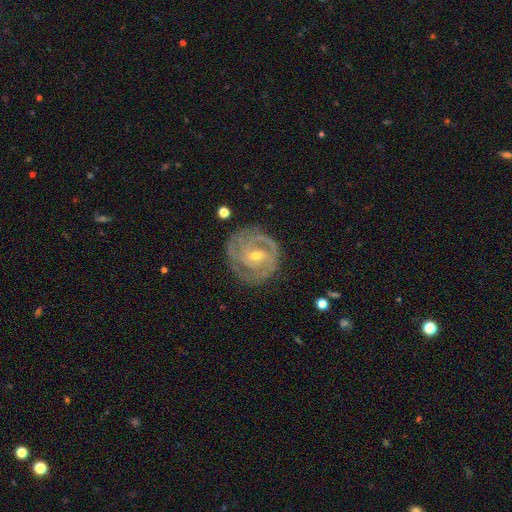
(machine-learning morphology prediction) Smooth or featured?
  - featured or disk: 88% *
  - smooth: 6%
  - star or artifact: 5%
Edge-on disk?
  - no: 97% *
  - yes: 3%
Bar?
  - no: 50% *
  - weak: 35%
  - strong: 15%
Spiral arms?
  - yes: 97% *
  - no: 3%
Spiral winding?
  - tight: 71% *
  - medium: 25%
  - loose: 4%
Spiral arm count?
  - 2: 34% *
  - 3: 31%
  - can't tell: 17%
  - 4: 8%
  - 1: 5%
  - more than 4: 5%
Bulge size?
  - small: 63% *
  - moderate: 35%
  - large: 1%
  - none: 1%
  - dominant: 1%
Merging?
  - none: 77% *
  - minor disturbance: 16%
  - major disturbance: 6%
  - merger: 1%